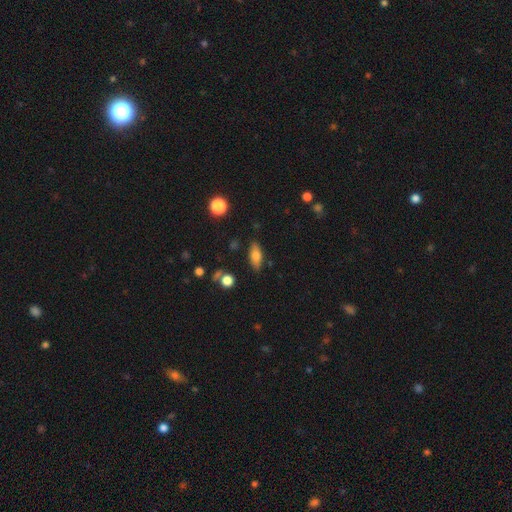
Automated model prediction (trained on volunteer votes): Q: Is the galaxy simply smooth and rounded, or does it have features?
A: smooth — 73%.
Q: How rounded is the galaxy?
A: in between — 77%.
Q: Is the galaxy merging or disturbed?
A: none — 83%.